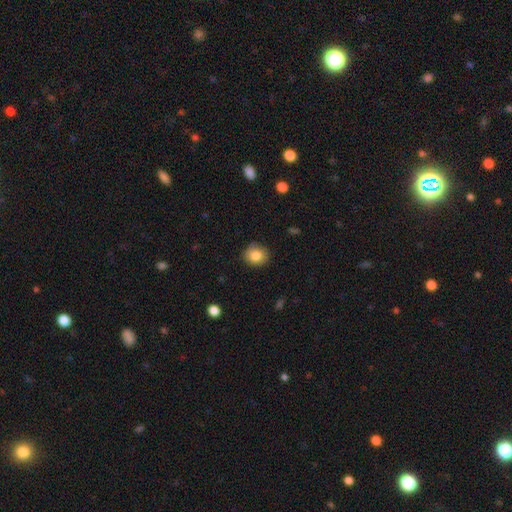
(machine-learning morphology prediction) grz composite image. It shows a smooth galaxy with no disk features (83%) that is round (75%). Merging: none (82%).